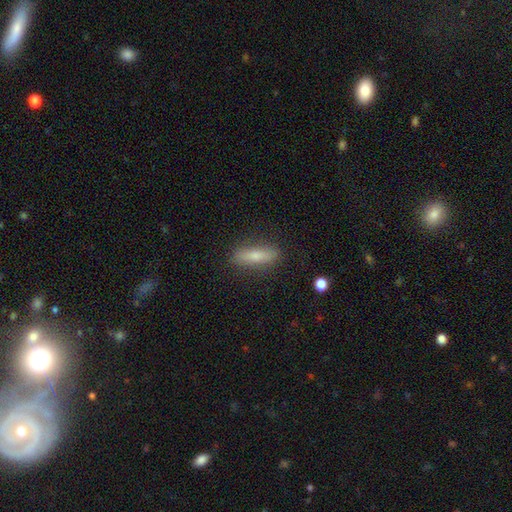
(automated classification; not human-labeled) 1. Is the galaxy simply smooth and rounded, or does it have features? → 68% smooth, 25% featured or disk, 7% star or artifact.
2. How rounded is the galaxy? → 71% cigar-shaped, 27% in between, 2% round.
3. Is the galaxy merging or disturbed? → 86% none, 10% minor disturbance, 3% major disturbance, 1% merger.